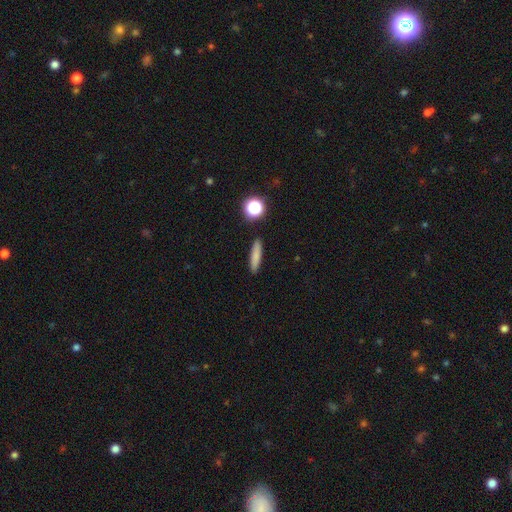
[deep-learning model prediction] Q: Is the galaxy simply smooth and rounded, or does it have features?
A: smooth — 78%.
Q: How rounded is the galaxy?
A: cigar-shaped — 83%.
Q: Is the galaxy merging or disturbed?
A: none — 90%.